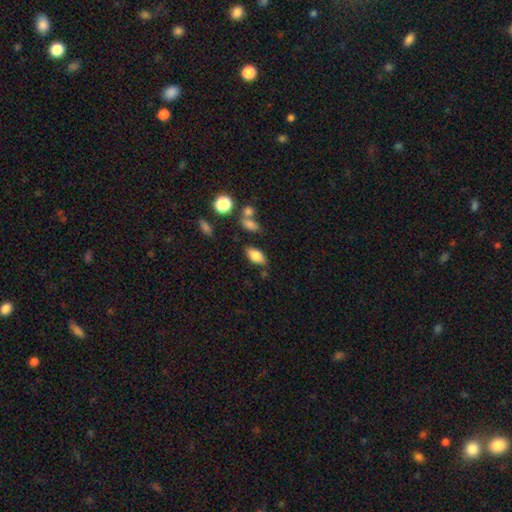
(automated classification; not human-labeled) This appears to be a smooth galaxy with no disk features (77%) that is in between round and cigar-shaped (89%). Merging: none (78%).